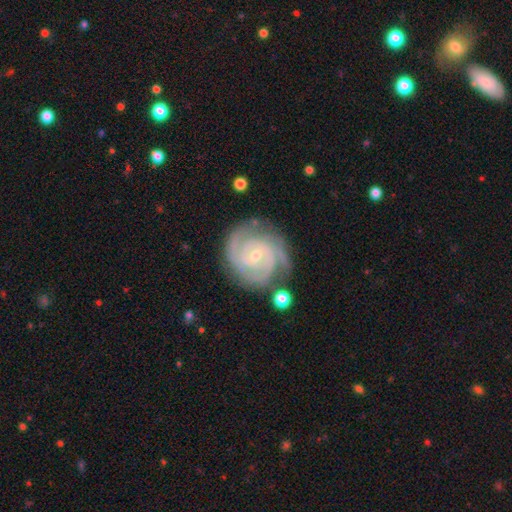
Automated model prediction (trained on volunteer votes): Overall: featured or disk (91%). Edge-on disk: no (98%). Bar: no (58%; weak 33%). Spiral arms: yes (98%). Spiral arm count: 2 (40%; 3 32%). Spiral winding: tight (75%). Bulge size: small (71%). Merging: none (77%).